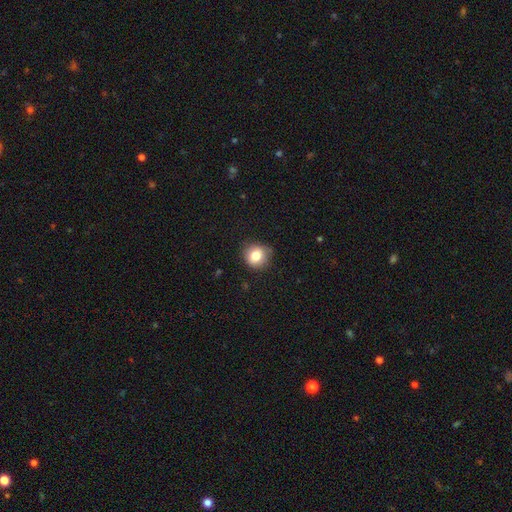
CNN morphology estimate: Smooth or featured: smooth — 81% (star or artifact — 10%)
How rounded: round — 87% (in between — 12%)
Merging: none — 80% (minor disturbance — 16%)